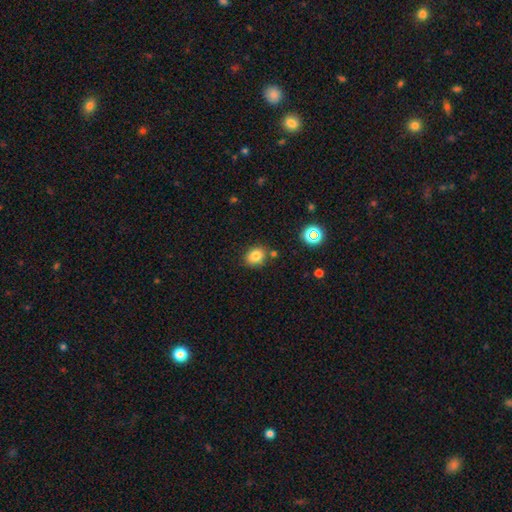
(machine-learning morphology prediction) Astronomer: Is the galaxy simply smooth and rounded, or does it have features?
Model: smooth — 81%.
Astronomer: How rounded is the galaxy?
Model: round — 53% (runner-up: in between, 46%).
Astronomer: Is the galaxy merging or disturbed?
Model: none — 78%.